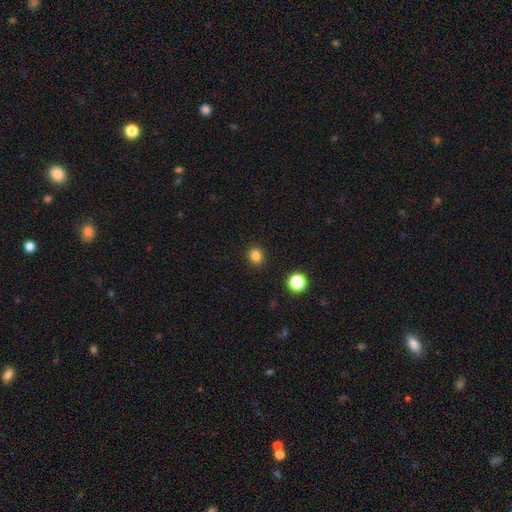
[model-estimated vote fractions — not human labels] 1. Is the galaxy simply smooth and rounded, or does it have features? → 82% smooth, 14% star or artifact, 4% featured or disk.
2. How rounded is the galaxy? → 83% round, 16% in between, 1% cigar-shaped.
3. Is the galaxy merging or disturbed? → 91% none, 6% minor disturbance, 2% major disturbance, 1% merger.